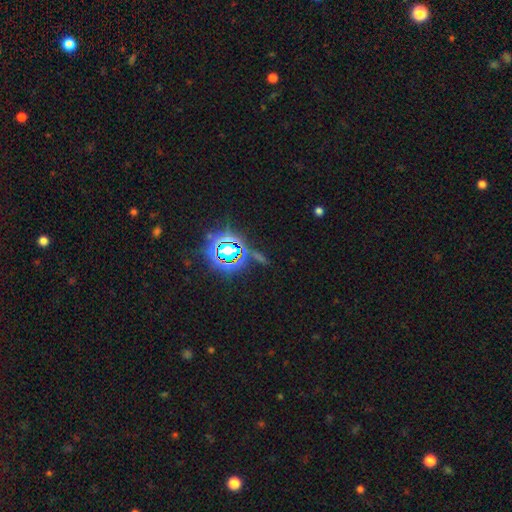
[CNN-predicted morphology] star or artifact 76%, smooth 15%, featured or disk 9%.